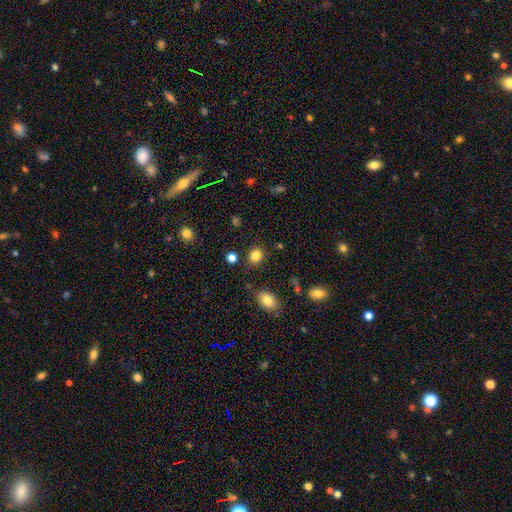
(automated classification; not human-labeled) smooth_or_featured: smooth (p=0.84) [alt: star or artifact p=0.11]
how_rounded: round (p=0.73) [alt: in between p=0.26]
merging: none (p=0.86) [alt: minor disturbance p=0.08]